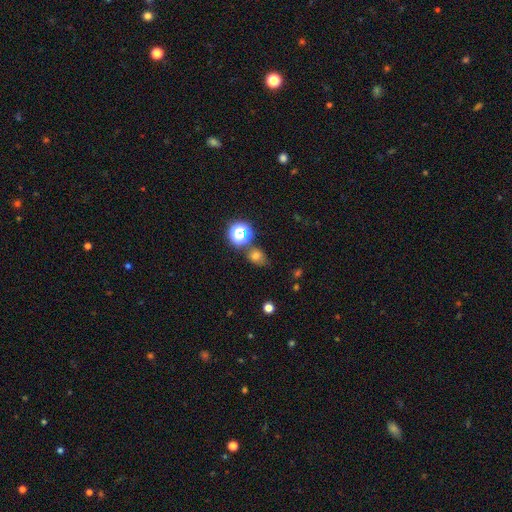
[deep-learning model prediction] Smooth or featured: smooth — 66% (star or artifact — 24%)
How rounded: round — 52% (in between — 47%)
Merging: none — 64% (minor disturbance — 20%)